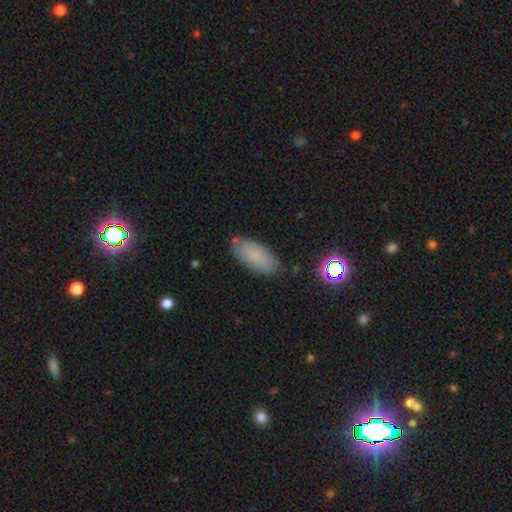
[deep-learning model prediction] A smooth galaxy with no disk features (79%) that is in between round and cigar-shaped (87%).

Vote fractions:
- Smooth or featured? smooth: 79% / star or artifact: 11% / featured or disk: 10%
- How rounded? in between: 87% / cigar-shaped: 10% / round: 2%
- Merging? none: 80% / minor disturbance: 14% / major disturbance: 3% / merger: 3%